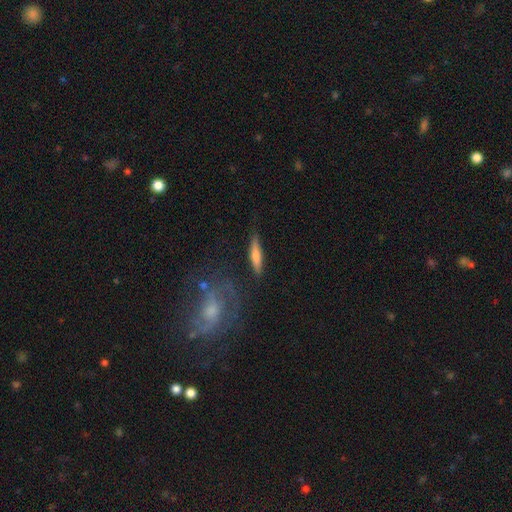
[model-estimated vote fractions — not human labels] Q: Smooth or featured?
A: smooth (57%); runner-up: featured or disk (36%)
Q: How rounded?
A: cigar-shaped (85%); runner-up: in between (13%)
Q: Merging?
A: none (83%); runner-up: minor disturbance (11%)